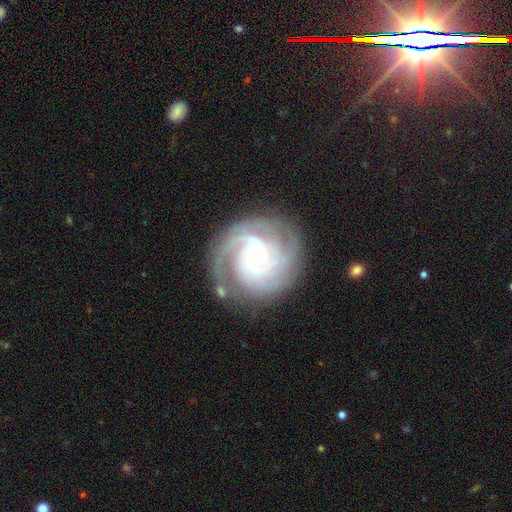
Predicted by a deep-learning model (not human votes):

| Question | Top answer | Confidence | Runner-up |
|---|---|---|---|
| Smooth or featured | featured or disk | 88% | smooth (7%) |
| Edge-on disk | no | 98% | yes (2%) |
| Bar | no | 63% | weak (29%) |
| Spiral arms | yes | 97% | no (3%) |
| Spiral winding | tight | 70% | medium (26%) |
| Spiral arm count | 3 | 32% | 2 (23%) |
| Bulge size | small | 64% | moderate (32%) |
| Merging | none | 80% | minor disturbance (13%) |